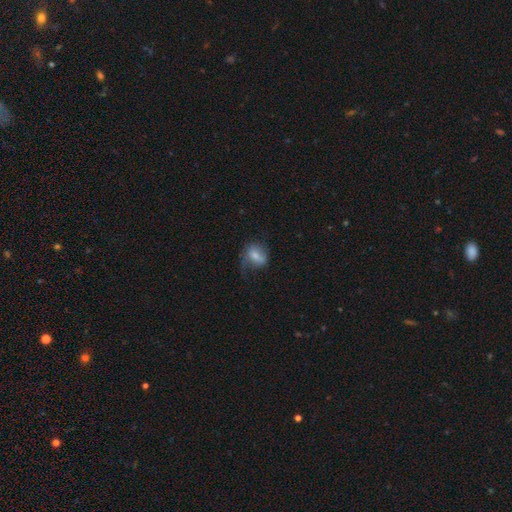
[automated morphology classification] Smooth or featured: smooth — 61% (featured or disk — 30%)
How rounded: in between — 60% (round — 38%)
Merging: none — 41% (minor disturbance — 29%)